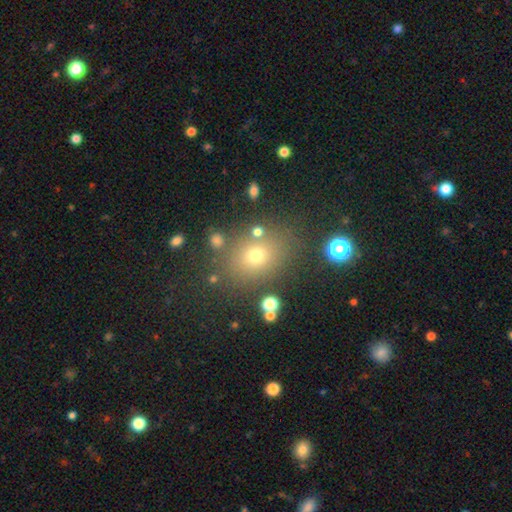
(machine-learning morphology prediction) Smooth or featured?
  - smooth: 67% *
  - star or artifact: 21%
  - featured or disk: 12%
How rounded?
  - round: 57% *
  - in between: 42%
  - cigar-shaped: 1%
Merging?
  - none: 78% *
  - minor disturbance: 11%
  - merger: 6%
  - major disturbance: 5%